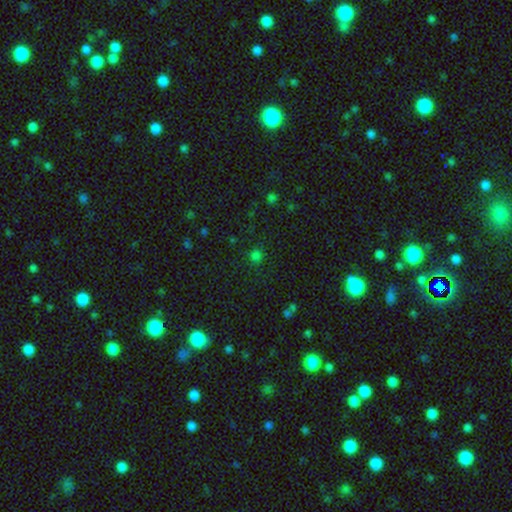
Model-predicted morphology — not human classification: This is likely a smooth galaxy (73%). How rounded: clearly round (90%). Merging: clearly none (85%).